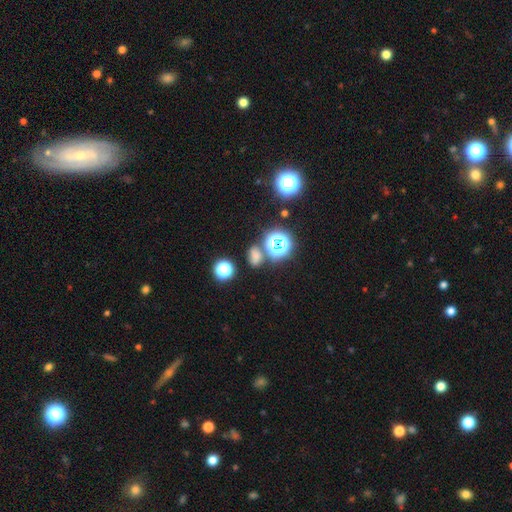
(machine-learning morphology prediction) Smooth or featured? Predicted: smooth (p=0.55). How rounded? Predicted: in between (p=0.57). Merging? Predicted: none (p=0.66).